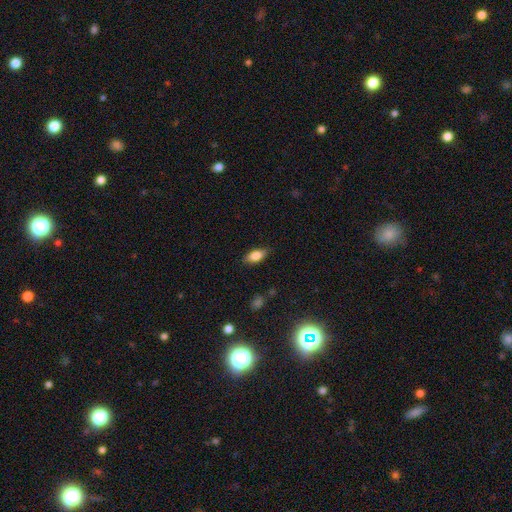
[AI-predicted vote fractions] smooth-or-featured: smooth: 82% | featured or disk: 10% | star or artifact: 8%
  how-rounded: in between: 87% | cigar-shaped: 9% | round: 4%
  merging: none: 82% | minor disturbance: 14% | major disturbance: 3% | merger: 1%